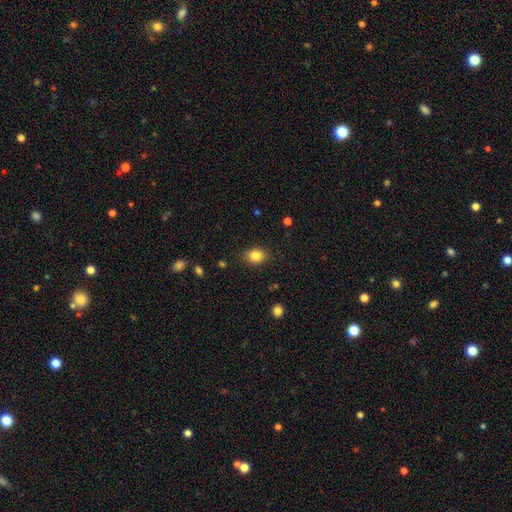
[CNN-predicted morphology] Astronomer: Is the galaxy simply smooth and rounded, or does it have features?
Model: smooth — 84%.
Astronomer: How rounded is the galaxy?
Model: in between — 57% (runner-up: round, 42%).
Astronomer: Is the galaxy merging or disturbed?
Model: none — 86%.